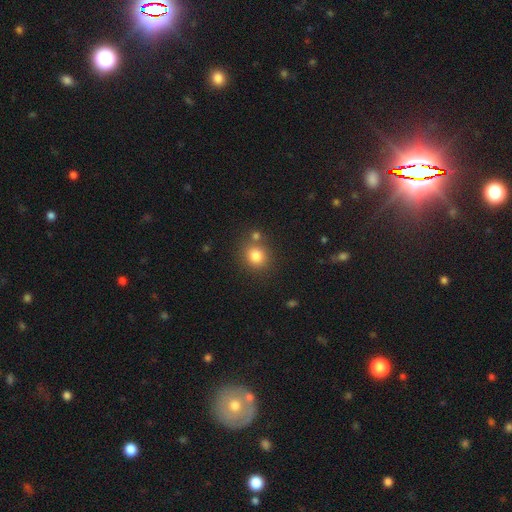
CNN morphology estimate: The model was most divided on "merging": none: 71%, merger: 16%, minor disturbance: 10%, major disturbance: 3%. More confident: how rounded — round (83%); smooth or featured — smooth (81%).